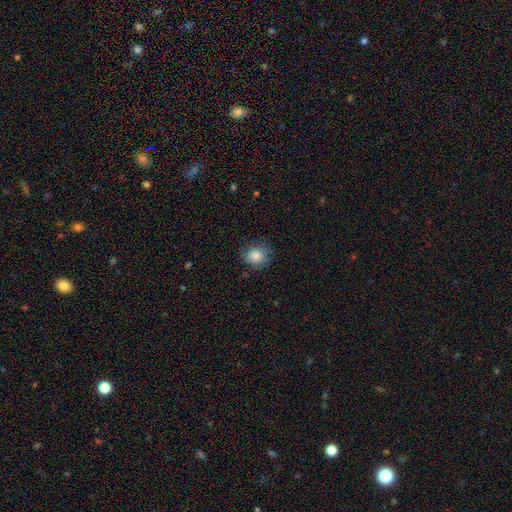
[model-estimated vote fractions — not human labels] Morphology: type=smooth (83%); roundness=round (68%); merging=none (73%).